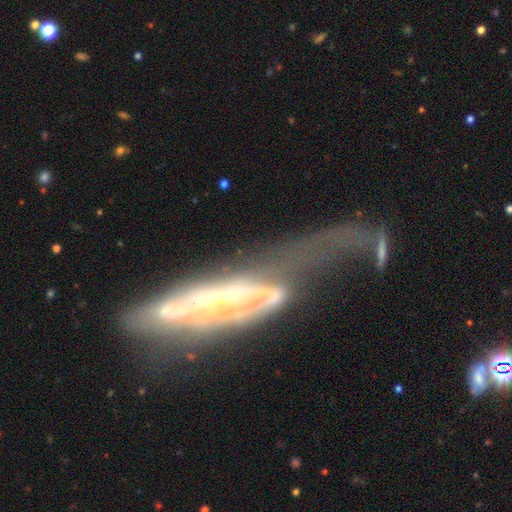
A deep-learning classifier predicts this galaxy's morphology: This appears to be a featured or disk galaxy (74%) with no bar (58%), spiral arms (61%) and a small central bulge (58%). Merging: major disturbance (53%).